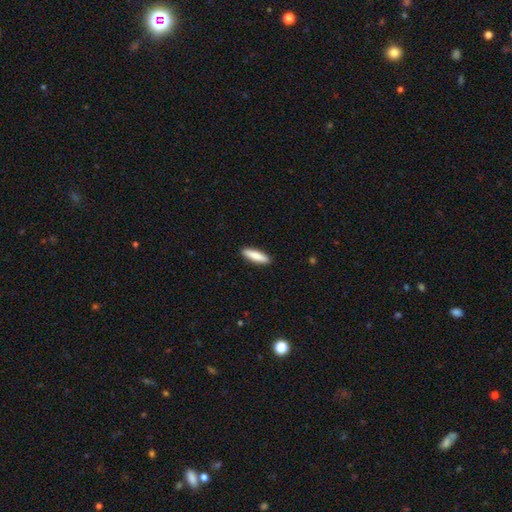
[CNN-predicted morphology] smooth_or_featured: smooth (p=0.84) [alt: featured or disk p=0.11]
how_rounded: cigar-shaped (p=0.71) [alt: in between p=0.28]
merging: none (p=0.91) [alt: minor disturbance p=0.06]